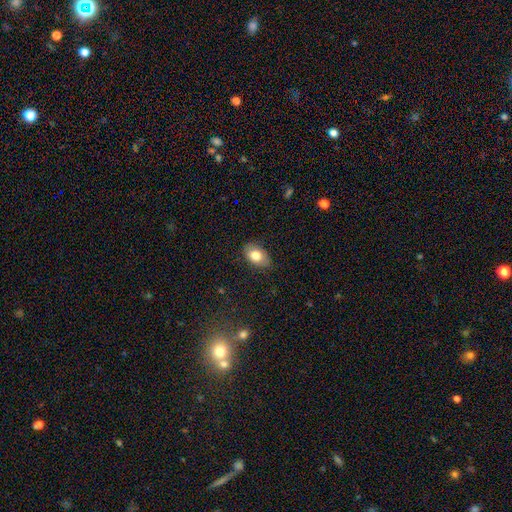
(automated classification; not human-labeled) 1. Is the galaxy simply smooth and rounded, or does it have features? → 80% smooth, 13% featured or disk, 8% star or artifact.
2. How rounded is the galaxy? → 88% in between, 10% round, 1% cigar-shaped.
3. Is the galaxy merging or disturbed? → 80% none, 16% minor disturbance, 3% major disturbance, 1% merger.